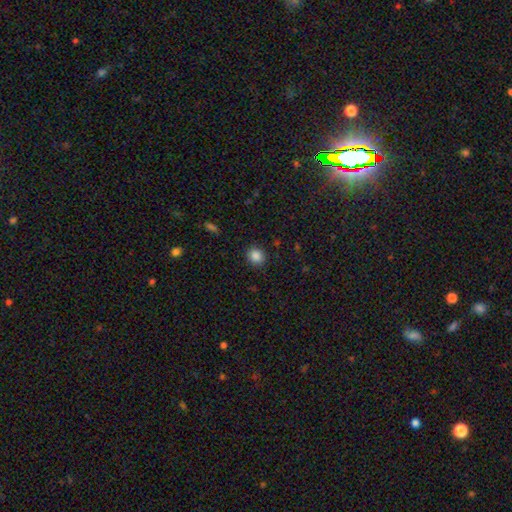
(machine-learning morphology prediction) This appears to be a smooth galaxy with no disk features (86%) that is round (79%). Merging: none (90%).